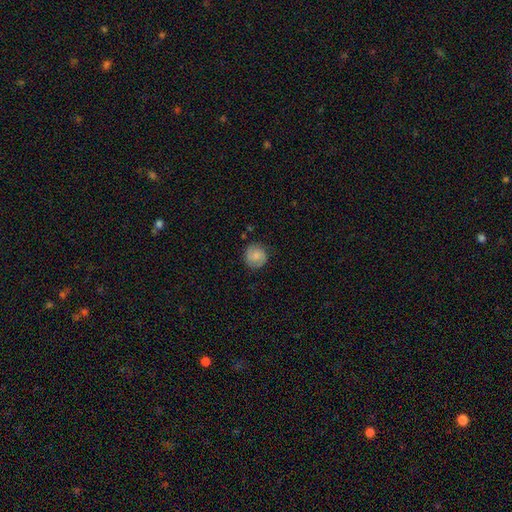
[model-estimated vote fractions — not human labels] This appears to be a smooth galaxy with no disk features (65%) that is round (90%). Merging: none (83%).